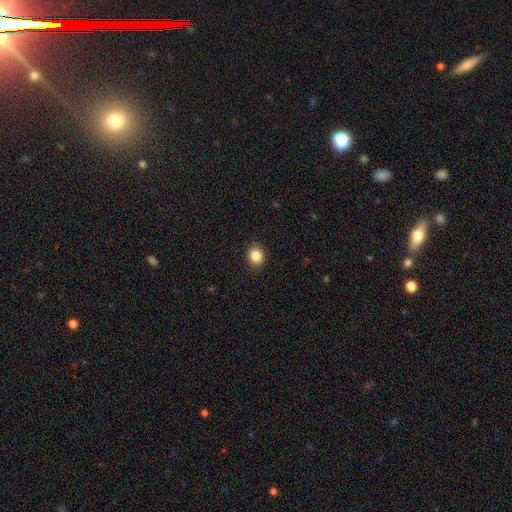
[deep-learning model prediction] smooth 86%, star or artifact 9%, featured or disk 5%. Down the decision tree: how rounded — round (65%); merging — none (89%).